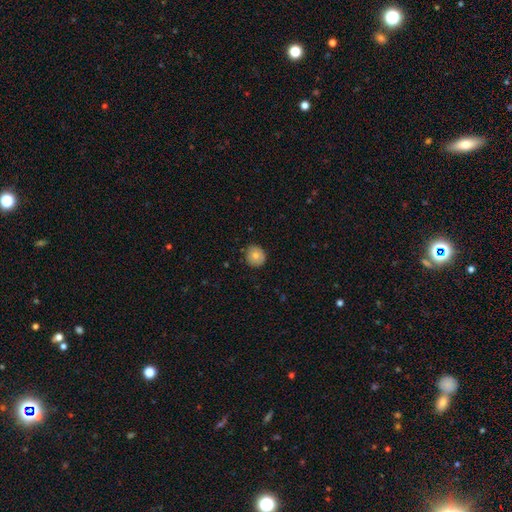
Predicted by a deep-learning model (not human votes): This is likely a smooth galaxy (80%). How rounded: clearly round (88%). Merging: clearly none (86%).